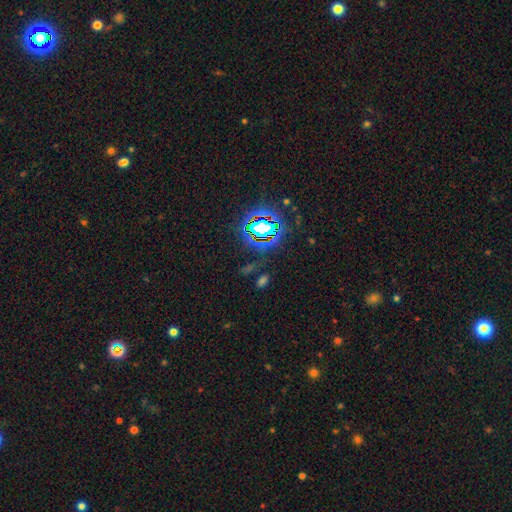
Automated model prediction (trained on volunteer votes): The model was most divided on "smooth or featured": star or artifact: 75%, smooth: 15%, featured or disk: 9%.